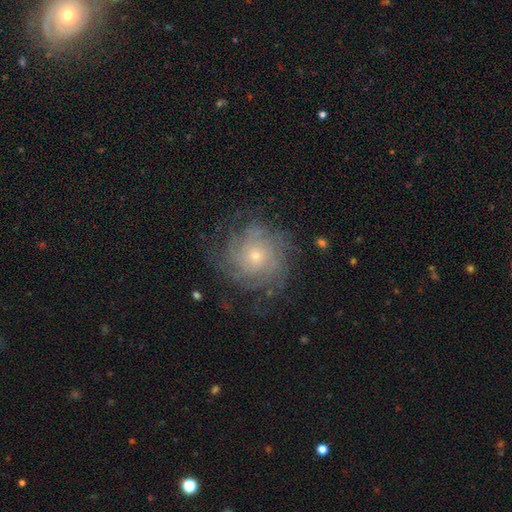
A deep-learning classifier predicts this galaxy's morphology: Q: Smooth or featured?
A: featured or disk (76%); runner-up: smooth (15%)
Q: Edge-on disk?
A: no (97%); runner-up: yes (3%)
Q: Bar?
A: no (83%); runner-up: weak (15%)
Q: Spiral arms?
A: yes (91%); runner-up: no (9%)
Q: Spiral winding?
A: tight (64%); runner-up: medium (27%)
Q: Spiral arm count?
A: can't tell (39%); runner-up: more than 4 (19%)
Q: Bulge size?
A: small (73%); runner-up: moderate (23%)
Q: Merging?
A: none (72%); runner-up: minor disturbance (16%)